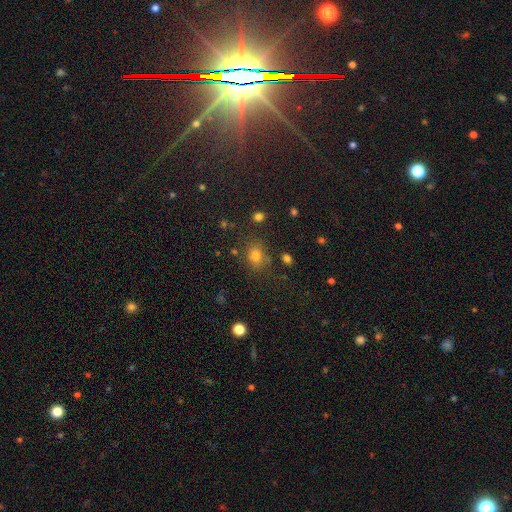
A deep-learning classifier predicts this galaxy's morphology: type=smooth (73%); roundness=round (55%); merging=none (76%).